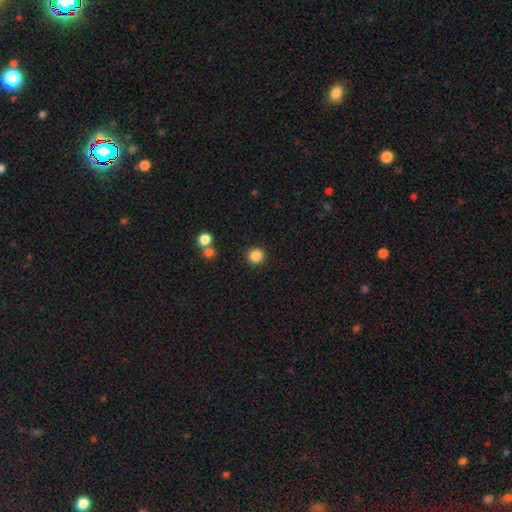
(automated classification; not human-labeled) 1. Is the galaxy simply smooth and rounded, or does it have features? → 86% smooth, 11% star or artifact, 3% featured or disk.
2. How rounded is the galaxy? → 95% round, 4% in between, 1% cigar-shaped.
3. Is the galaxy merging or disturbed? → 90% none, 5% minor disturbance, 3% merger, 2% major disturbance.